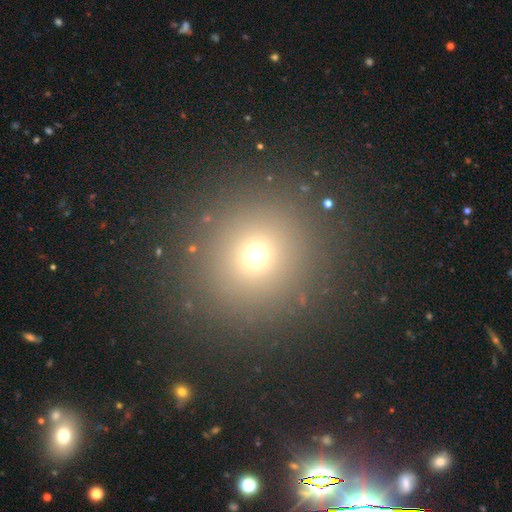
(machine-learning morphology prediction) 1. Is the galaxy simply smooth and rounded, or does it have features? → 68% smooth, 24% star or artifact, 8% featured or disk.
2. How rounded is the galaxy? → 93% round, 6% in between, 1% cigar-shaped.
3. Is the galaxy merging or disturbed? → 90% none, 5% minor disturbance, 3% major disturbance, 2% merger.